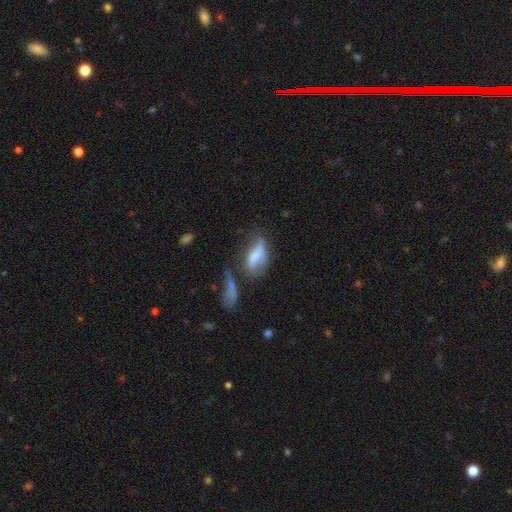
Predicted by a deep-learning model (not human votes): smooth-or-featured: smooth: 60% | featured or disk: 30% | star or artifact: 10%
  how-rounded: in between: 76% | cigar-shaped: 19% | round: 5%
  merging: major disturbance: 31% | none: 25% | minor disturbance: 23% | merger: 20%